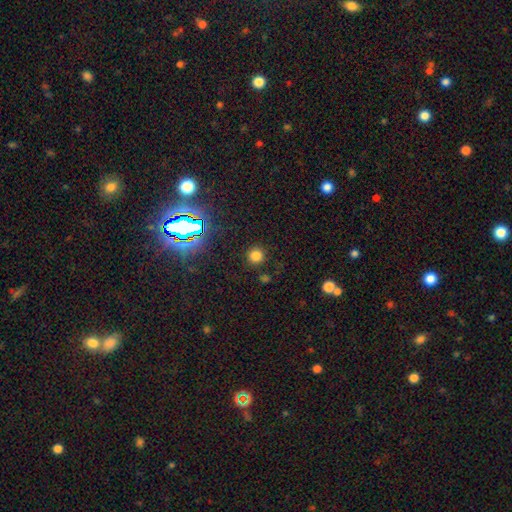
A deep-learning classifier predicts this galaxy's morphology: smooth_or_featured: smooth (p=0.74) [alt: star or artifact p=0.20]
how_rounded: round (p=0.95) [alt: in between p=0.04]
merging: none (p=0.88) [alt: minor disturbance p=0.06]